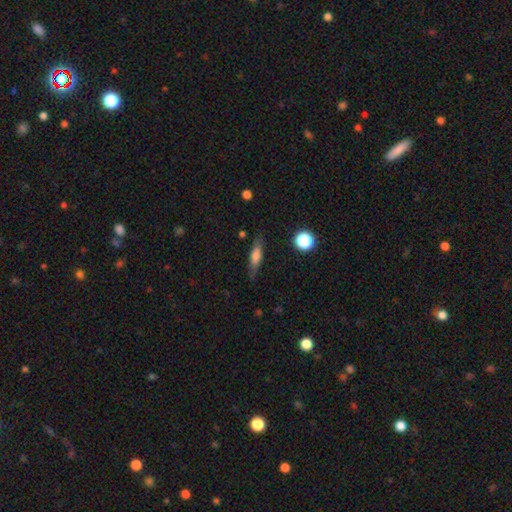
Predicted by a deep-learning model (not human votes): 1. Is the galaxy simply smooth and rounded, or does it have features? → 57% smooth, 34% featured or disk, 9% star or artifact.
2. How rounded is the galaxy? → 66% cigar-shaped, 29% in between, 4% round.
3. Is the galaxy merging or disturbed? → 79% none, 15% minor disturbance, 4% major disturbance, 2% merger.